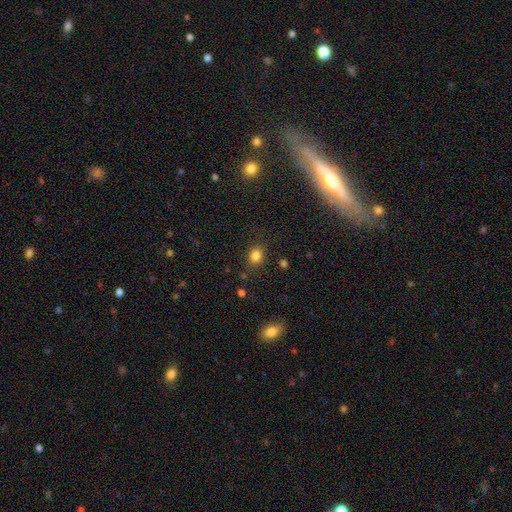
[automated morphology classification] Smooth or featured? smooth (82%)
How rounded? round (59%)
Merging? none (84%)